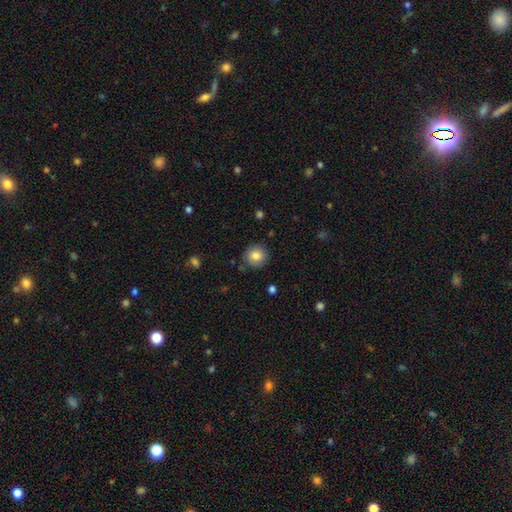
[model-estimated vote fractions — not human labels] This is clearly a smooth galaxy (83%). How rounded: clearly round (92%). Merging: clearly none (86%).